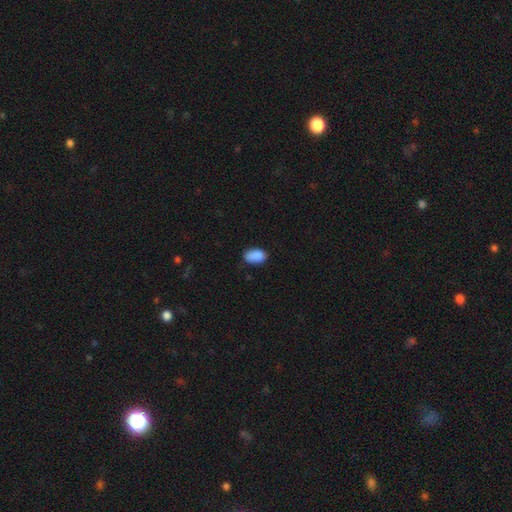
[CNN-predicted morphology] Q: Smooth or featured?
A: smooth (89%); runner-up: star or artifact (8%)
Q: How rounded?
A: in between (92%); runner-up: round (6%)
Q: Merging?
A: none (74%); runner-up: minor disturbance (22%)